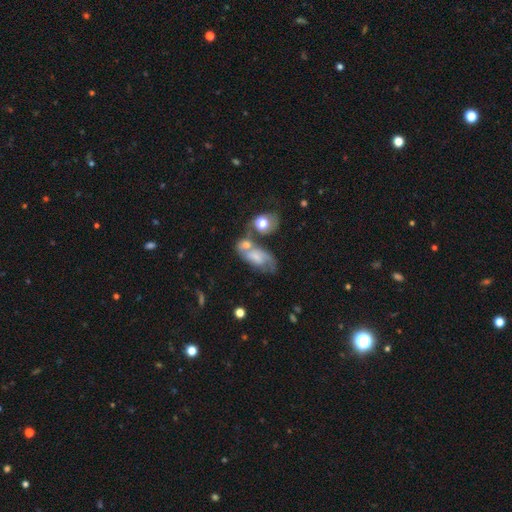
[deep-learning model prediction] Smooth or featured? Predicted: featured or disk (p=0.55). Edge-on disk? Predicted: no (p=0.94). Bar? Predicted: no (p=0.60). Spiral arms? Predicted: yes (p=0.79). Bulge size? Predicted: small (p=0.41). Merging? Predicted: merger (p=0.38).